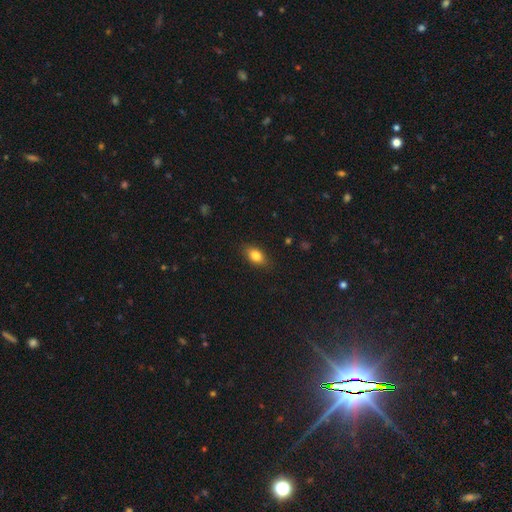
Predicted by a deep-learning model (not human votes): Morphology: type=smooth (81%); roundness=in between (84%); merging=none (84%).